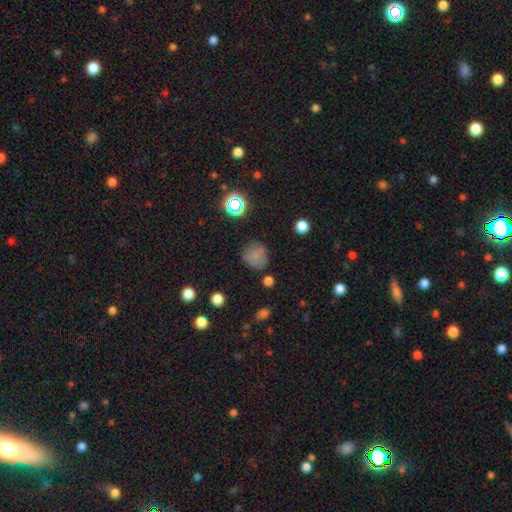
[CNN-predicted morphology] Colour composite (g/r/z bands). It shows a smooth galaxy with no disk features (69%) that is round (83%). Merging: none (69%).